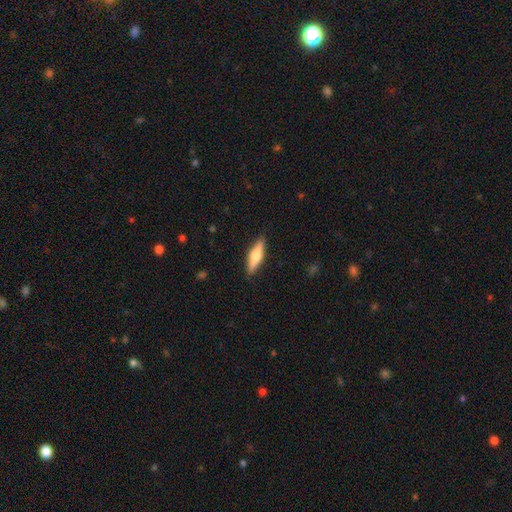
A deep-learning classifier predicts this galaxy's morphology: Smooth or featured? Predicted: featured or disk (p=0.48). Merging? Predicted: none (p=0.90).